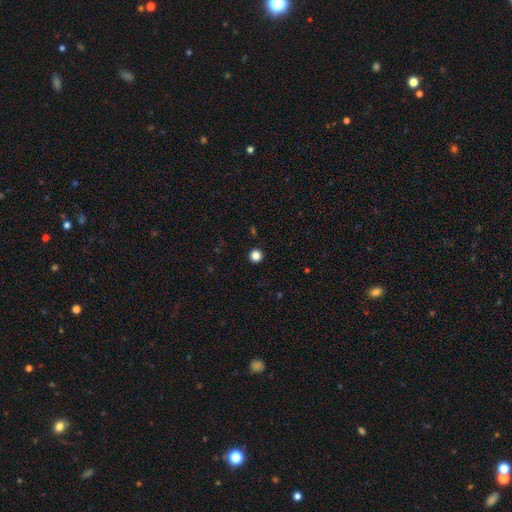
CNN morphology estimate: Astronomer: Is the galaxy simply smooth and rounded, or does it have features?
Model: smooth — 84%.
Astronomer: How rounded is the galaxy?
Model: round — 96%.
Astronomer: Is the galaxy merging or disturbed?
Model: none — 94%.